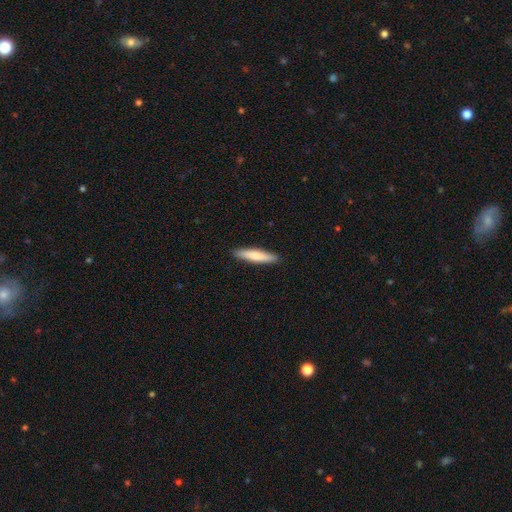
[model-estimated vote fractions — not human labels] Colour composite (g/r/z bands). It shows a smooth galaxy with no disk features (75%) that is cigar-shaped (88%). Merging: none (91%).